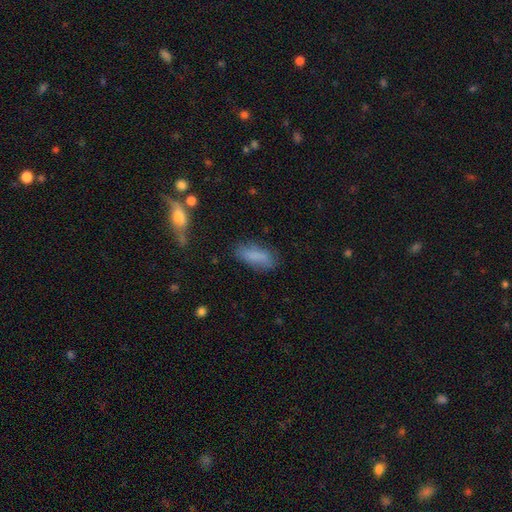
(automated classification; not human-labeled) The model was most divided on "how rounded": in between: 73%, cigar-shaped: 25%, round: 2%. More confident: smooth or featured — smooth (81%); merging — none (73%).